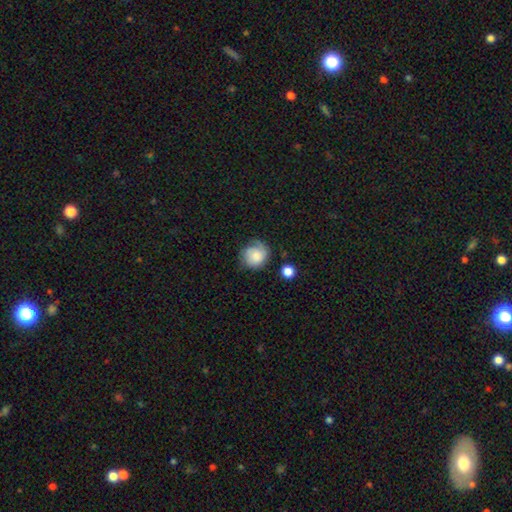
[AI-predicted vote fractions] Smooth or featured: smooth — 65% (featured or disk — 26%)
How rounded: round — 83% (in between — 16%)
Merging: none — 60% (minor disturbance — 26%)